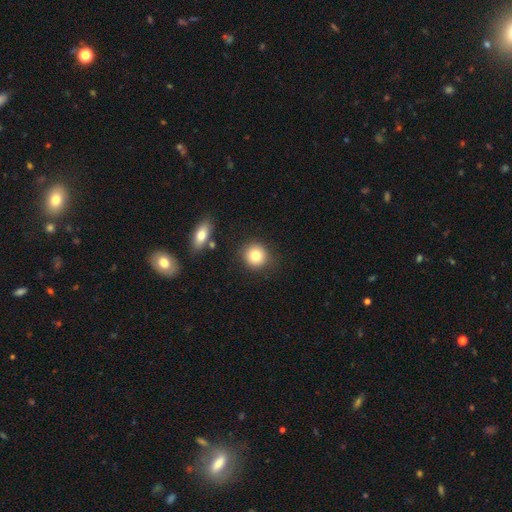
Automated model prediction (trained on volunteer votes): Smooth or featured? smooth (81%)
How rounded? round (90%)
Merging? none (85%)